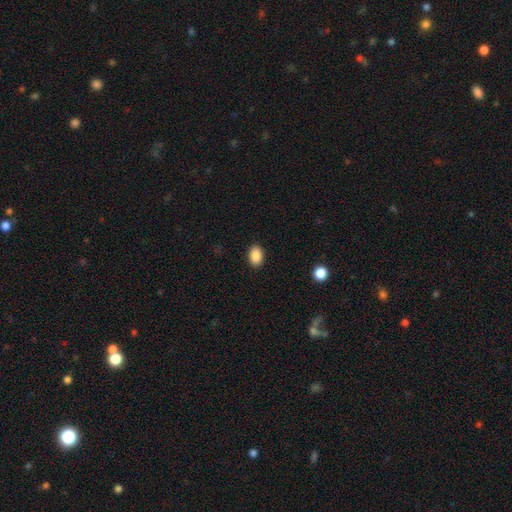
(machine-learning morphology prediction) Smooth or featured: smooth — 89% (star or artifact — 8%)
How rounded: in between — 82% (round — 17%)
Merging: none — 90% (minor disturbance — 7%)